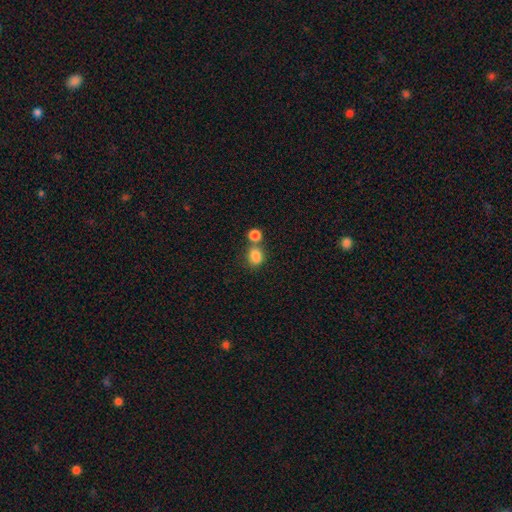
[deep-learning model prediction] Overall: smooth (84%). How rounded: round (51%; in between 48%). Merging: none (50%; merger 35%).